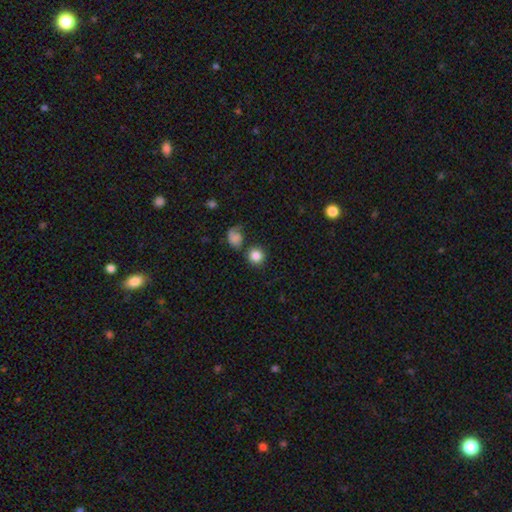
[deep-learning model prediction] Overall: smooth (83%). How rounded: round (92%). Merging: none (75%).